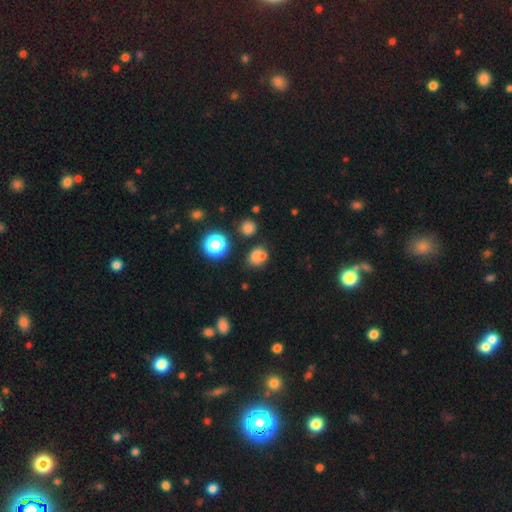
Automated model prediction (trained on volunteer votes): smooth_or_featured: smooth (p=0.65) [alt: star or artifact p=0.19]
how_rounded: round (p=0.61) [alt: in between p=0.38]
merging: none (p=0.42) [alt: merger p=0.40]